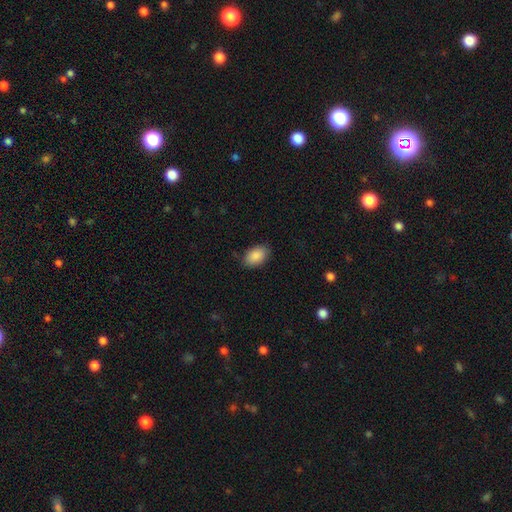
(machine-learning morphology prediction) Smooth or featured? smooth (89%)
How rounded? in between (91%)
Merging? none (84%)